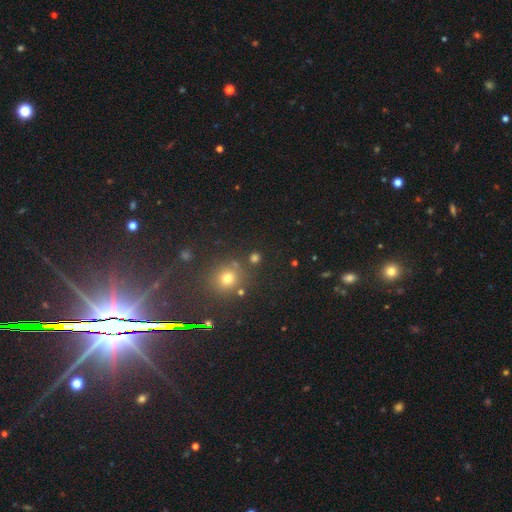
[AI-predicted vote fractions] smooth-or-featured: star or artifact: 63% | smooth: 25% | featured or disk: 13%